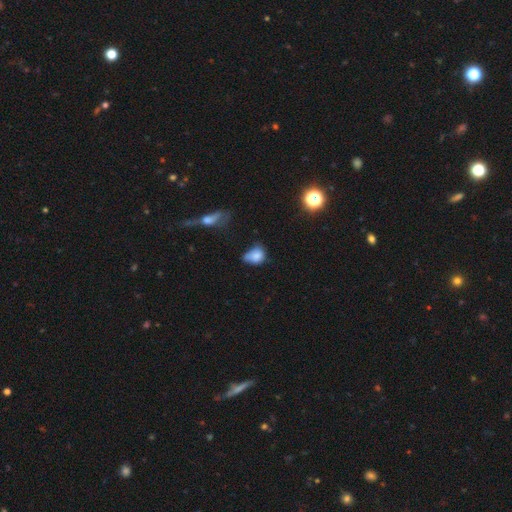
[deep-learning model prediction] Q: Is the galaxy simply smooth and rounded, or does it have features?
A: smooth — 76%.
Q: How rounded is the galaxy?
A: in between — 62%.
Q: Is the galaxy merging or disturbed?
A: minor disturbance — 38%.